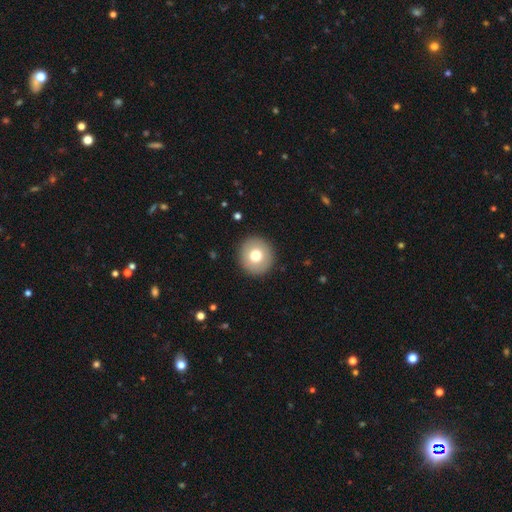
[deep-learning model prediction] Morphology: type=smooth (74%); roundness=round (94%); merging=none (92%).